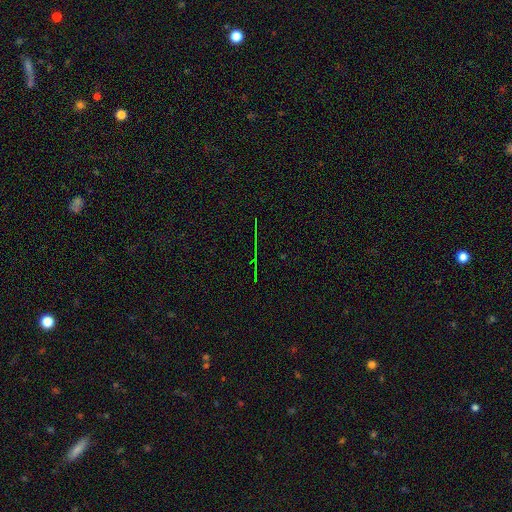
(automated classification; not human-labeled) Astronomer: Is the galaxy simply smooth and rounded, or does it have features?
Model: star or artifact — 75%.